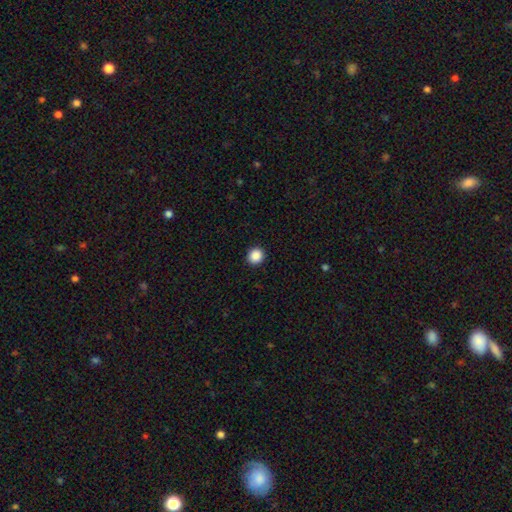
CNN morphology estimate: Smooth or featured? smooth (88%)
How rounded? round (89%)
Merging? none (93%)